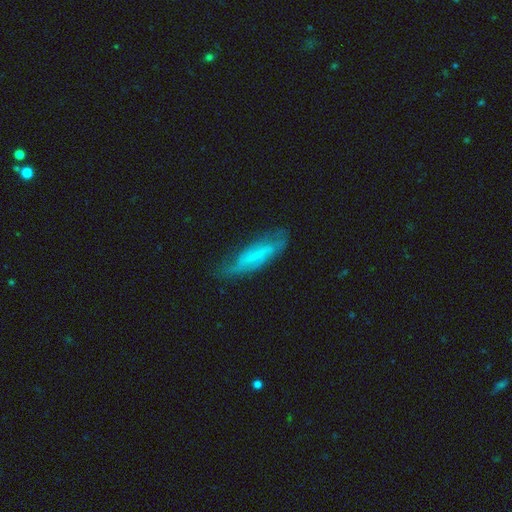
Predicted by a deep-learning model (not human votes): featured or disk 53%, smooth 39%, star or artifact 8%. Down the decision tree: edge-on disk — no (64%); merging — none (59%).